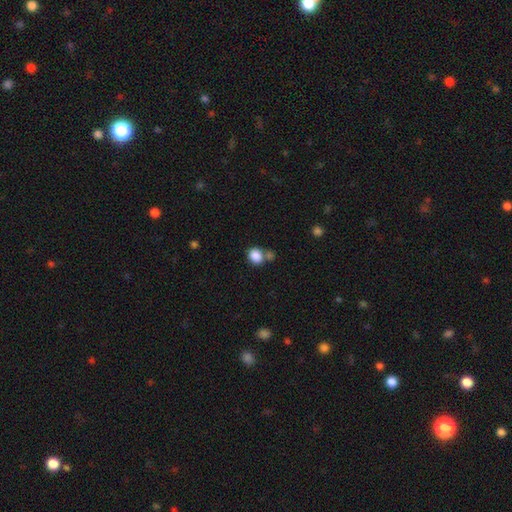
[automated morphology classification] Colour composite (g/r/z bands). It shows a smooth galaxy with no disk features (86%) that is round (62%). Merging: none (52%).